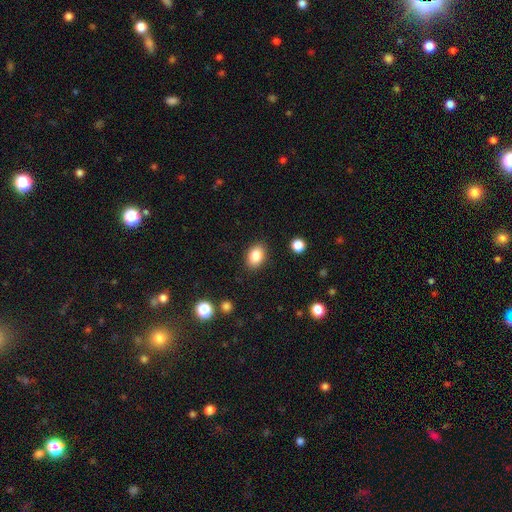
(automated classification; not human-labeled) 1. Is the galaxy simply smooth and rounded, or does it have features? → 85% smooth, 8% star or artifact, 7% featured or disk.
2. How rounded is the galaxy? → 82% in between, 17% round, 1% cigar-shaped.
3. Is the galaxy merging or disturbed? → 87% none, 9% minor disturbance, 3% major disturbance, 1% merger.